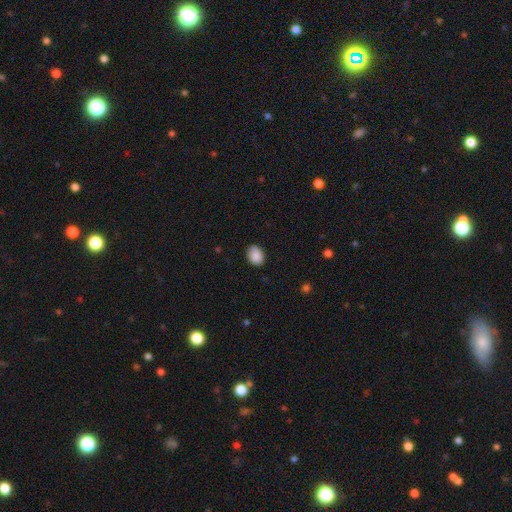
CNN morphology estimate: type=smooth (89%); roundness=in between (63%); merging=none (85%).